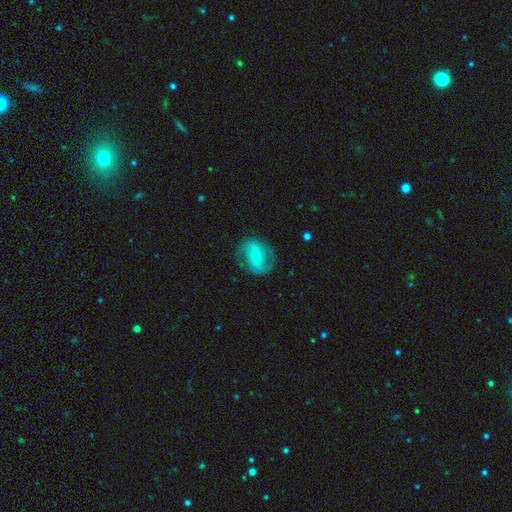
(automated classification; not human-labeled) Smooth or featured?
  - featured or disk: 65% *
  - smooth: 28%
  - star or artifact: 7%
Edge-on disk?
  - no: 96% *
  - yes: 4%
Bar?
  - no: 39% *
  - weak: 37%
  - strong: 25%
Spiral arms?
  - yes: 77% *
  - no: 23%
Bulge size?
  - small: 52% *
  - moderate: 44%
  - large: 2%
  - none: 1%
  - dominant: 1%
Merging?
  - none: 77% *
  - minor disturbance: 15%
  - major disturbance: 7%
  - merger: 1%